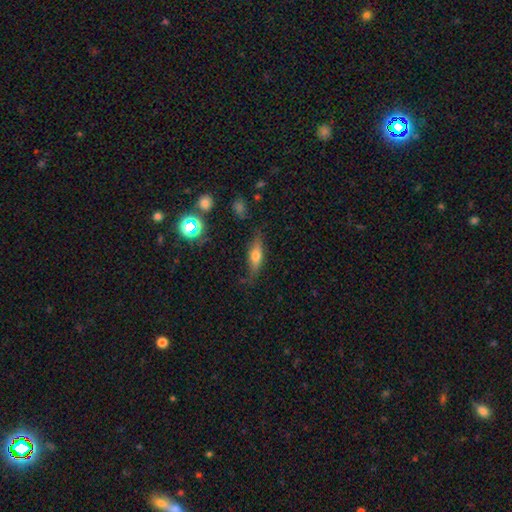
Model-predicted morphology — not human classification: Smooth or featured: smooth — 48% (featured or disk — 42%)
Merging: none — 74% (minor disturbance — 19%)